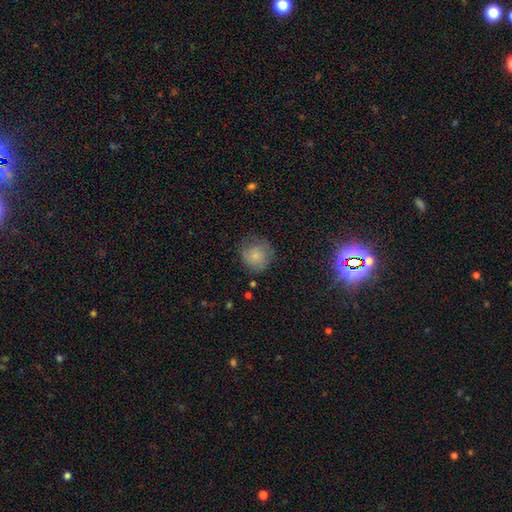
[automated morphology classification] Smooth or featured: smooth — 78% (featured or disk — 13%)
How rounded: round — 88% (in between — 11%)
Merging: none — 66% (minor disturbance — 23%)